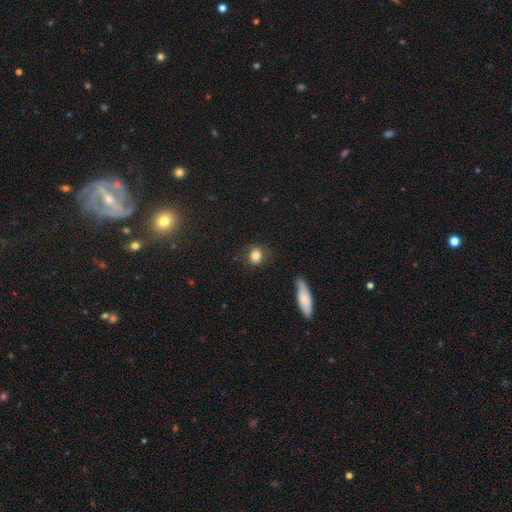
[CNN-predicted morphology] smooth_or_featured: smooth (p=0.81) [alt: star or artifact p=0.10]
how_rounded: round (p=0.71) [alt: in between p=0.27]
merging: none (p=0.80) [alt: minor disturbance p=0.14]